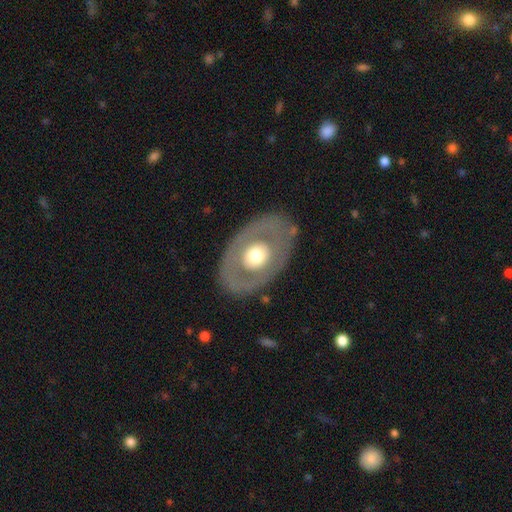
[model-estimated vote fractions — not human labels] featured or disk 53%, smooth 42%, star or artifact 5%. Down the decision tree: edge-on disk — no (90%); merging — none (81%).